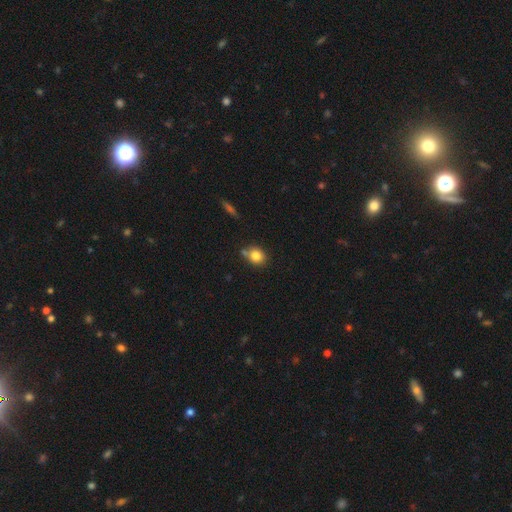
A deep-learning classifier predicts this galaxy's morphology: Overall: smooth (82%). How rounded: round (67%; in between 32%). Merging: none (62%).